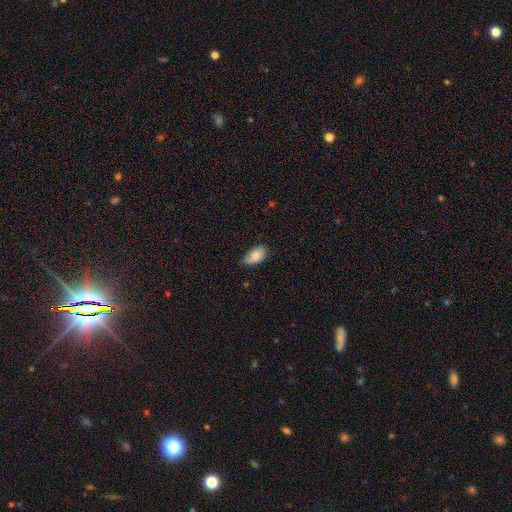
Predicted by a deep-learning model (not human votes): Q: Smooth or featured?
A: smooth (83%); runner-up: featured or disk (10%)
Q: How rounded?
A: in between (94%); runner-up: round (4%)
Q: Merging?
A: none (67%); runner-up: minor disturbance (28%)